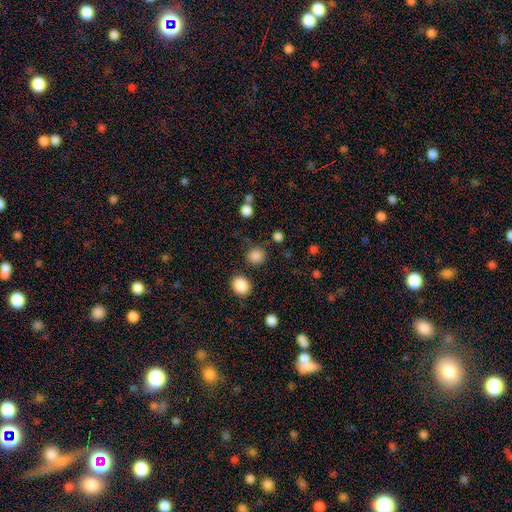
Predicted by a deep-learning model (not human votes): This is clearly a smooth galaxy (85%). How rounded: clearly round (87%). Merging: clearly none (84%).